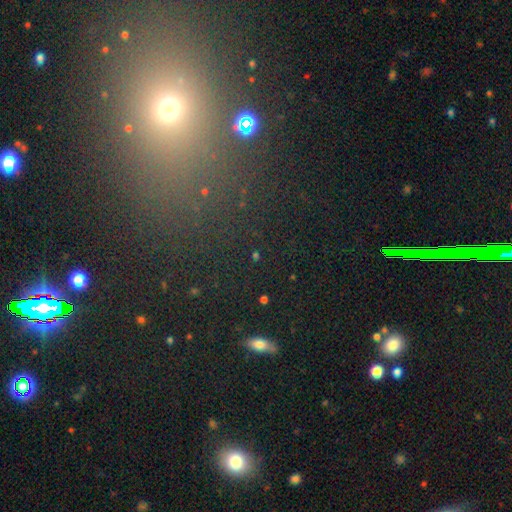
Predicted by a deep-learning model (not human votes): Smooth or featured? Predicted: star or artifact (p=0.45).